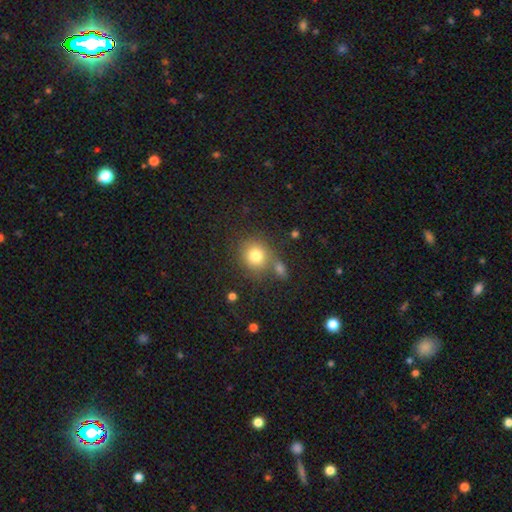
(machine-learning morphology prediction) smooth-or-featured: smooth: 79% | star or artifact: 11% | featured or disk: 9%
  how-rounded: round: 84% | in between: 15% | cigar-shaped: 1%
  merging: none: 63% | merger: 20% | minor disturbance: 12% | major disturbance: 5%